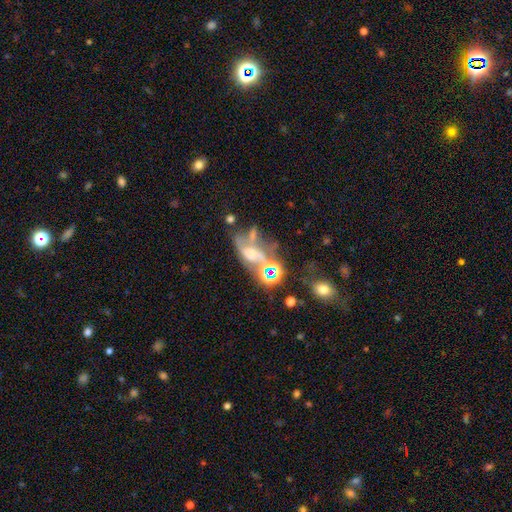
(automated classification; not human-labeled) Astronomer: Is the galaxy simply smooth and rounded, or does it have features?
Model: featured or disk — 62%.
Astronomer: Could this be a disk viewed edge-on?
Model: no — 91%.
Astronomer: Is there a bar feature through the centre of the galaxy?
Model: no — 79%.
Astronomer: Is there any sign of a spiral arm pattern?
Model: no — 69%.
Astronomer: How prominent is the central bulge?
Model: moderate — 36% (runner-up: none, 29%).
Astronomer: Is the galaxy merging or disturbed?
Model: merger — 42% (runner-up: none, 24%).